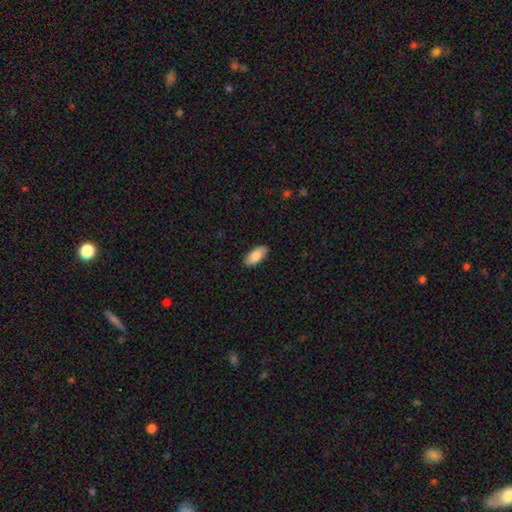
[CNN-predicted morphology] A smooth galaxy with no disk features (84%) that is in between round and cigar-shaped (90%). Merging: none (89%).